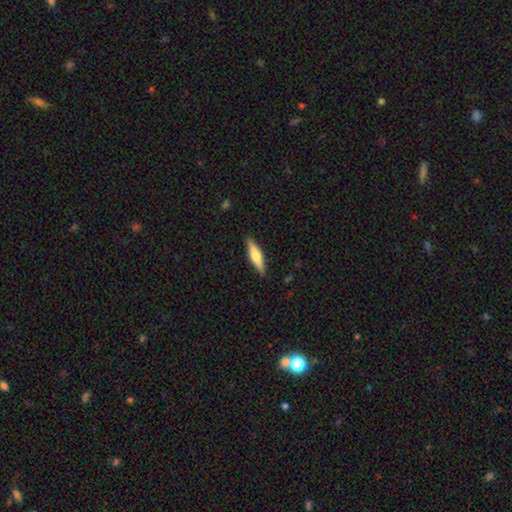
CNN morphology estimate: This is possibly a featured or disk galaxy (47%, tied with smooth). Merging: clearly none (90%).